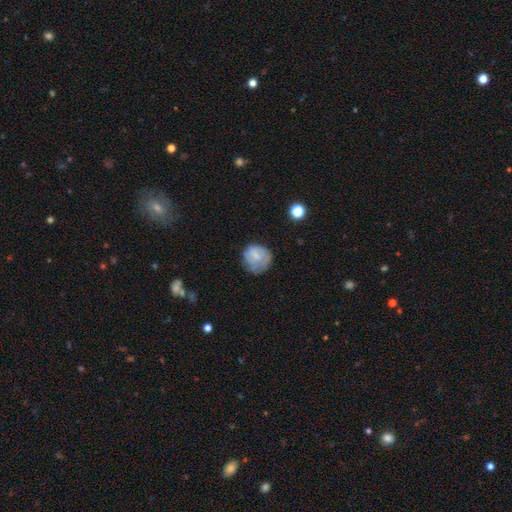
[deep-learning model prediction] Smooth or featured? Predicted: smooth (p=0.64). How rounded? Predicted: round (p=0.81). Merging? Predicted: none (p=0.59).